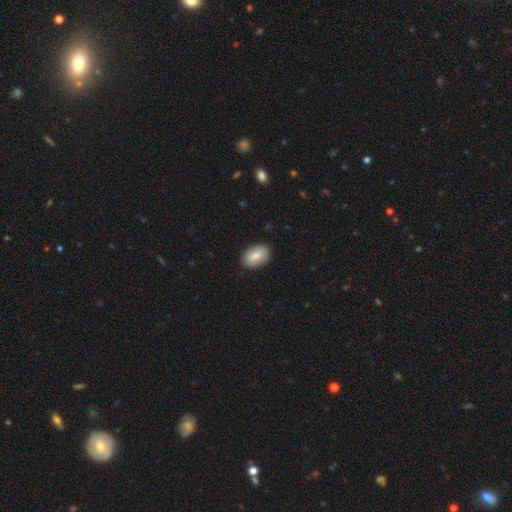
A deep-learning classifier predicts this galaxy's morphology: The model was most divided on "smooth or featured": smooth: 83%, featured or disk: 11%, star or artifact: 6%. More confident: how rounded — in between (90%); merging — none (87%).